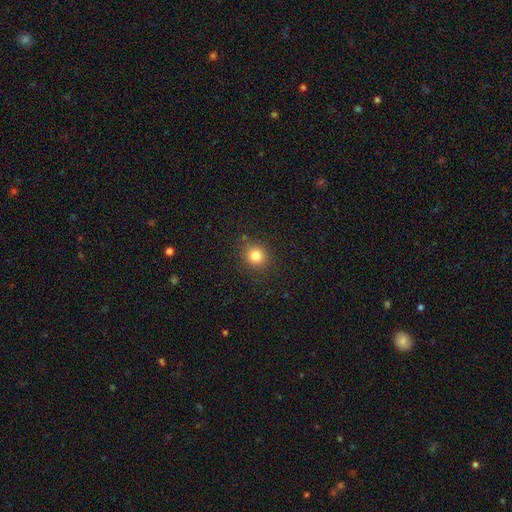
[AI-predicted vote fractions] A smooth galaxy with no disk features (82%) that is round (87%).

Vote fractions:
- Smooth or featured? smooth: 82% / star or artifact: 12% / featured or disk: 6%
- How rounded? round: 87% / in between: 12% / cigar-shaped: 1%
- Merging? none: 88% / minor disturbance: 8% / major disturbance: 3% / merger: 2%